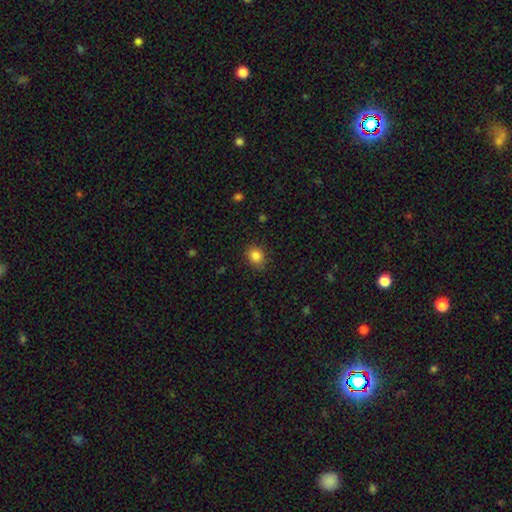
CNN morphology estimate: smooth 85%, star or artifact 10%, featured or disk 5%. Down the decision tree: how rounded — round (58%); merging — none (86%).